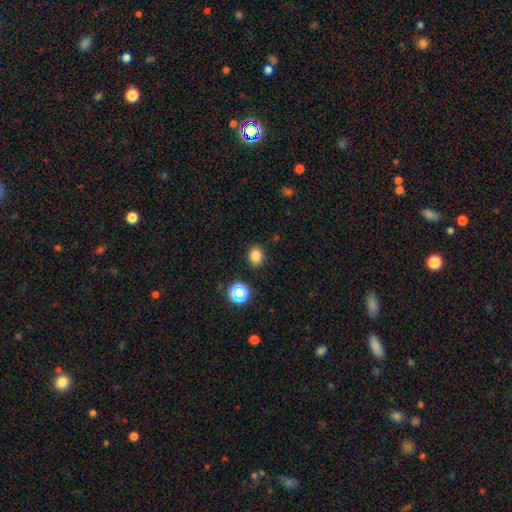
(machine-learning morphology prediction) Overall: smooth (79%). How rounded: round (50%; in between 49%). Merging: none (88%).